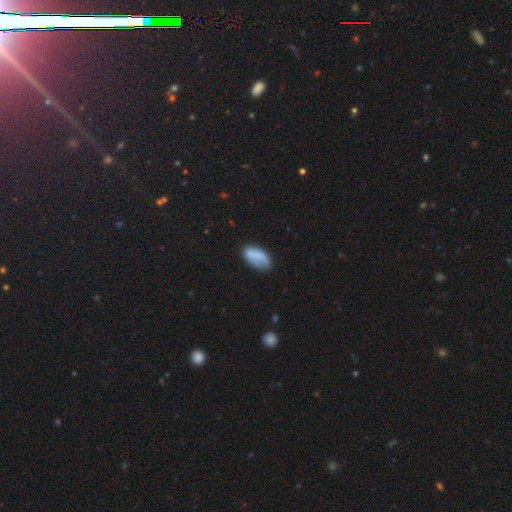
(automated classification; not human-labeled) The model was most divided on "merging": none: 56%, minor disturbance: 29%, major disturbance: 11%, merger: 3%. More confident: how rounded — in between (92%); smooth or featured — smooth (77%).